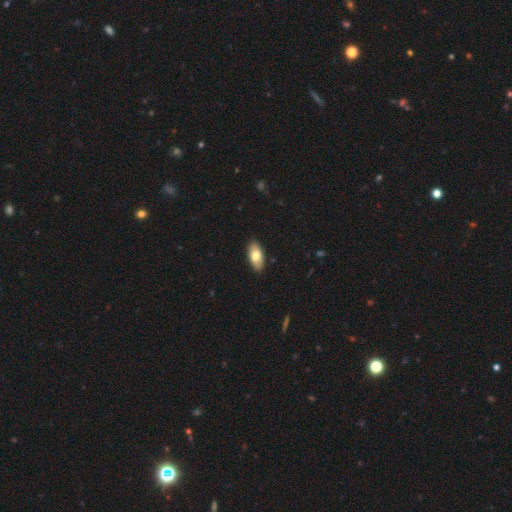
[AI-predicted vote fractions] Smooth or featured?
  - smooth: 75% *
  - featured or disk: 19%
  - star or artifact: 6%
How rounded?
  - in between: 91% *
  - cigar-shaped: 7%
  - round: 3%
Merging?
  - none: 89% *
  - minor disturbance: 8%
  - major disturbance: 2%
  - merger: 1%